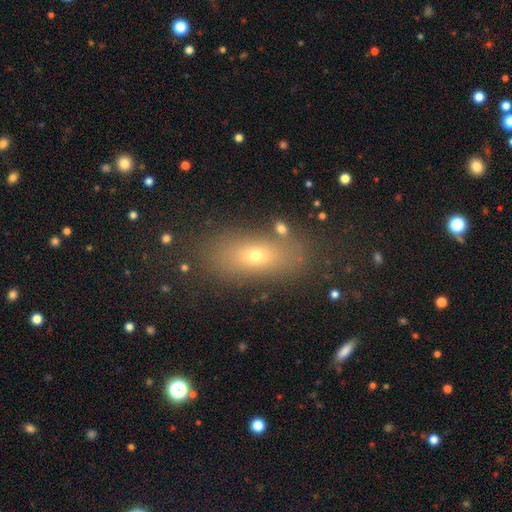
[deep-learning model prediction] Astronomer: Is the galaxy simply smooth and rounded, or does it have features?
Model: smooth — 64%.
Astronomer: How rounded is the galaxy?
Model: in between — 76%.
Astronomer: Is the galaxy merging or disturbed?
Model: none — 77%.